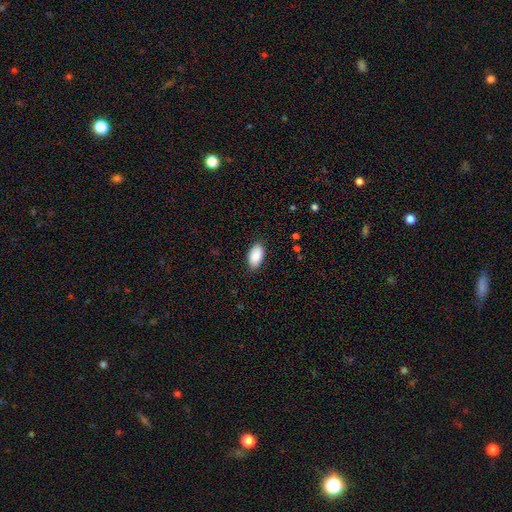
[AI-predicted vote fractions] smooth_or_featured: smooth (p=0.90) [alt: star or artifact p=0.06]
how_rounded: in between (p=0.95) [alt: round p=0.03]
merging: none (p=0.86) [alt: minor disturbance p=0.11]